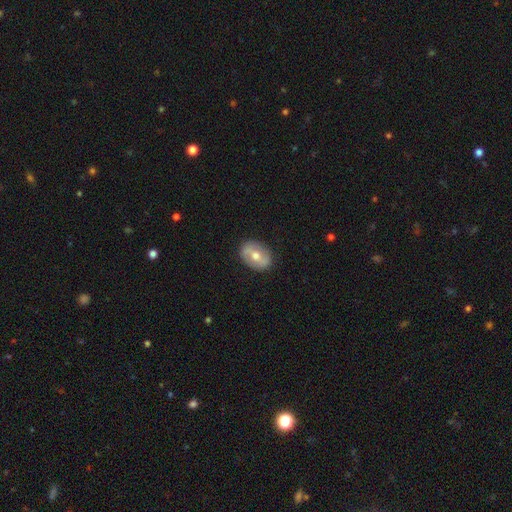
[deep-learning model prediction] A featured or disk galaxy (50%).

Vote fractions:
- Smooth or featured? featured or disk: 50% / smooth: 44% / star or artifact: 6%
- Edge-on disk? no: 92% / yes: 8%
- Merging? none: 87% / minor disturbance: 10% / major disturbance: 3% / merger: 1%